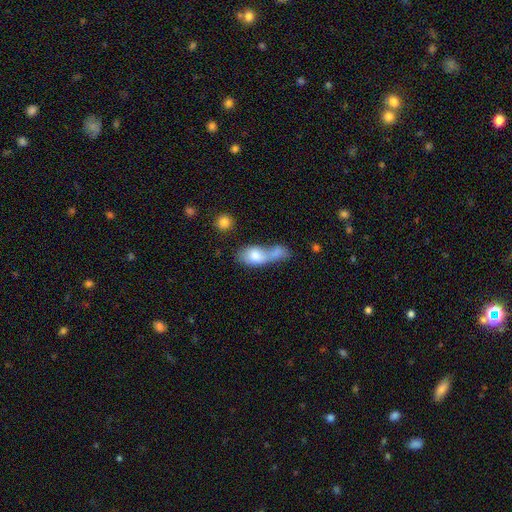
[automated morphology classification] type=smooth (74%); roundness=in between (76%); merging=merger (69%).